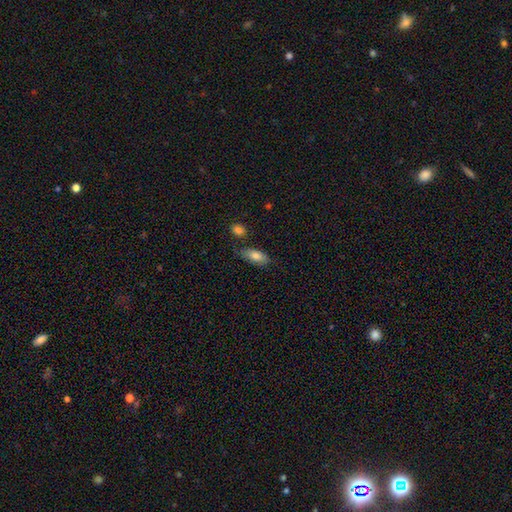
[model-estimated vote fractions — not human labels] Smooth or featured? Predicted: smooth (p=0.78). How rounded? Predicted: in between (p=0.82). Merging? Predicted: none (p=0.66).